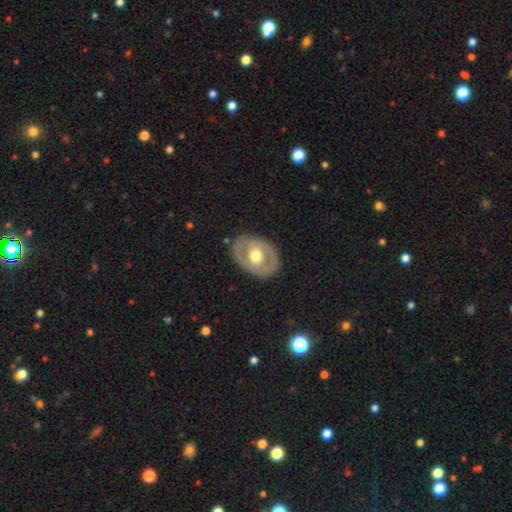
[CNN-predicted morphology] type=featured or disk (56%); edge-on=no (92%); bar=no (73%); spiral arms=no (82%); bulge=moderate (69%); merging=none (81%).